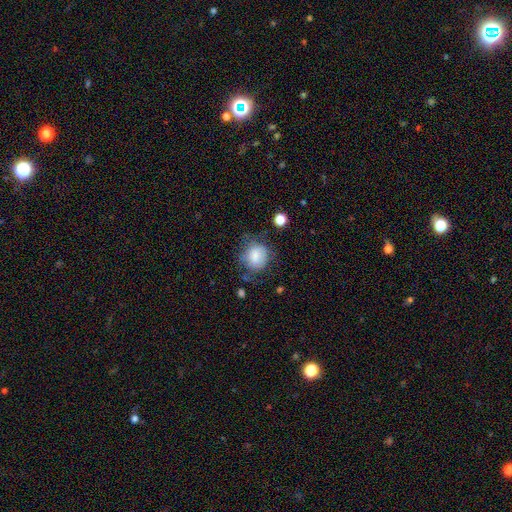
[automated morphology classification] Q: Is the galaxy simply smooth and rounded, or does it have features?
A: smooth — 80%.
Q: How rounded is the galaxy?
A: round — 72%.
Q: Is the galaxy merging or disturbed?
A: none — 57%.